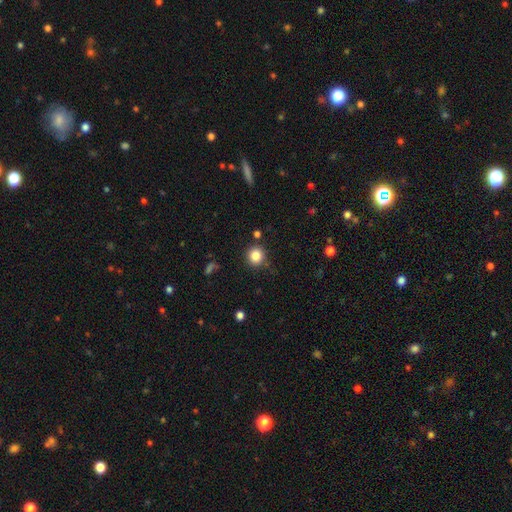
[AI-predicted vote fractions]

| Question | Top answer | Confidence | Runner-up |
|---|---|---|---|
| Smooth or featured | smooth | 84% | star or artifact (11%) |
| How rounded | round | 91% | in between (8%) |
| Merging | none | 84% | minor disturbance (10%) |